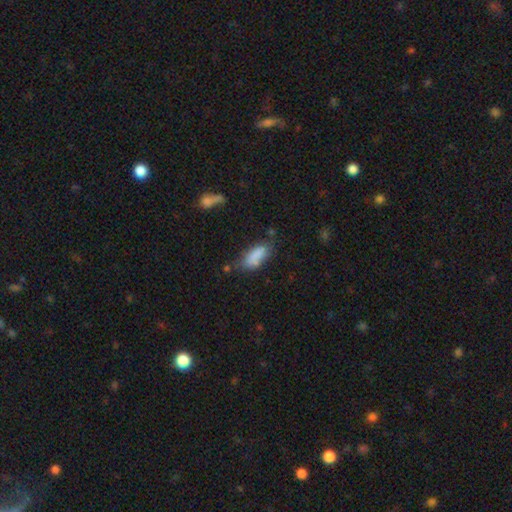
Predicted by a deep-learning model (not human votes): This appears to be a smooth galaxy with no disk features (78%) that is in between round and cigar-shaped (80%). Merging: none (49%).